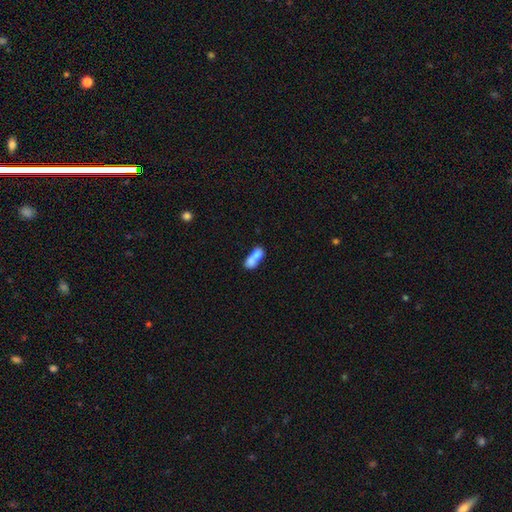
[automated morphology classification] Smooth or featured? Predicted: smooth (p=0.71). How rounded? Predicted: in between (p=0.71). Merging? Predicted: merger (p=0.73).